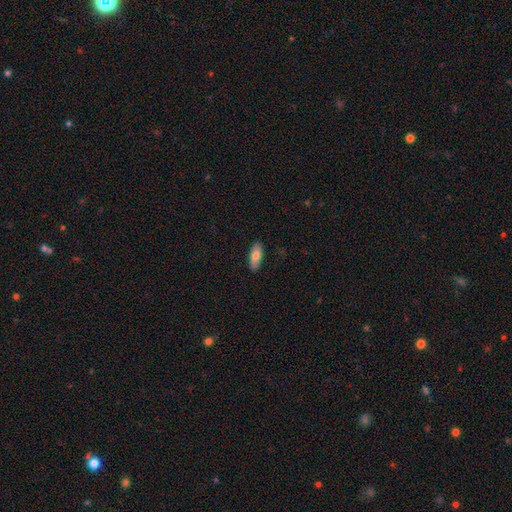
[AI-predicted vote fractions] A smooth galaxy with no disk features (77%) that is in between round and cigar-shaped (78%).

Vote fractions:
- Smooth or featured? smooth: 77% / featured or disk: 17% / star or artifact: 6%
- How rounded? in between: 78% / cigar-shaped: 20% / round: 2%
- Merging? none: 87% / minor disturbance: 10% / major disturbance: 2% / merger: 1%